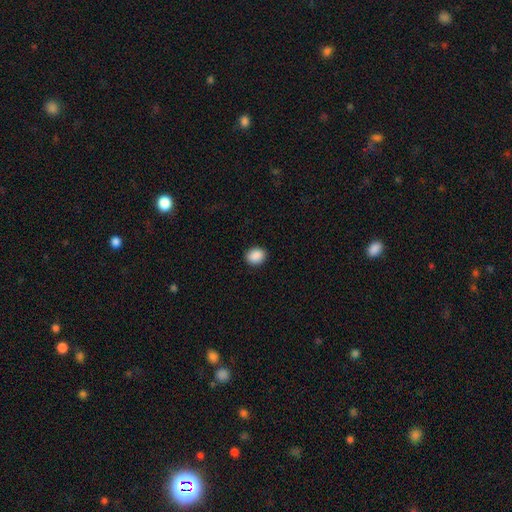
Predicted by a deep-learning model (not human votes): This is clearly a smooth galaxy (90%). How rounded: possibly round (53%). Merging: clearly none (91%).